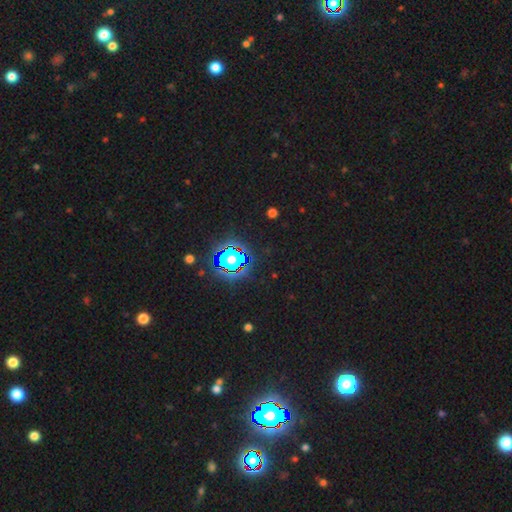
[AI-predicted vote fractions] The model was most divided on "smooth or featured": star or artifact: 83%, smooth: 10%, featured or disk: 7%.